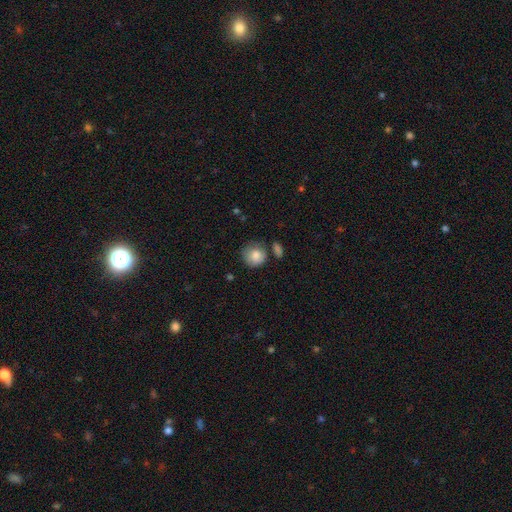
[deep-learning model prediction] A smooth galaxy with no disk features (83%) that is round (88%). Merging: none (63%).